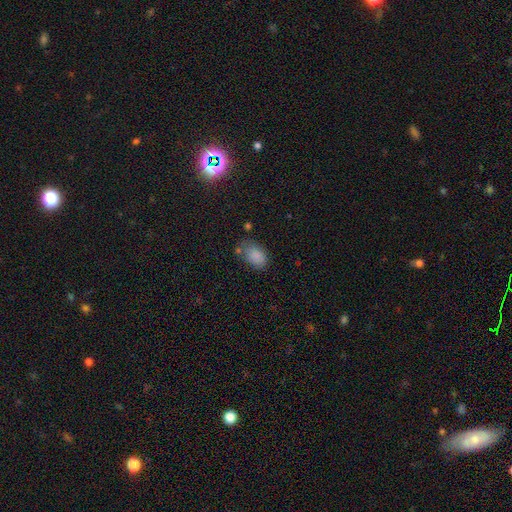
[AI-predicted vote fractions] Smooth or featured? Predicted: smooth (p=0.84). How rounded? Predicted: in between (p=0.87). Merging? Predicted: none (p=0.57).